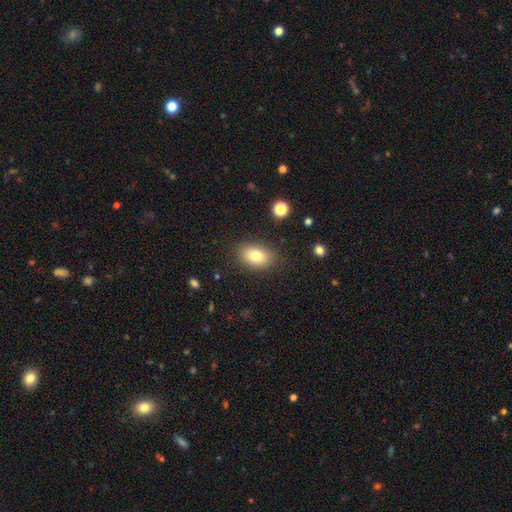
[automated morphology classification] type=smooth (80%); roundness=in between (85%); merging=none (84%).